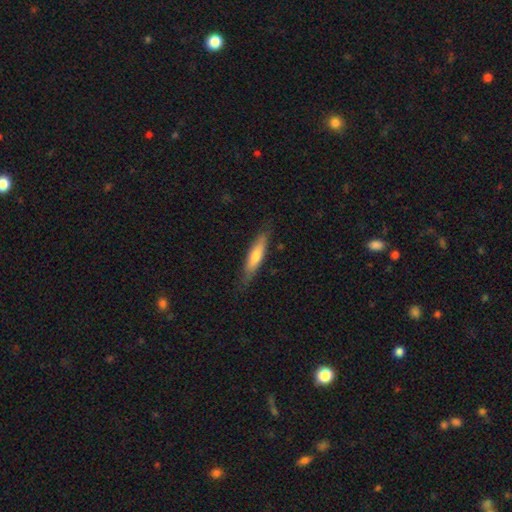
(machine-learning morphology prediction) A smooth galaxy with no disk features (64%) that is cigar-shaped (77%).

Vote fractions:
- Smooth or featured? smooth: 64% / featured or disk: 31% / star or artifact: 6%
- How rounded? cigar-shaped: 77% / in between: 21% / round: 2%
- Merging? none: 80% / minor disturbance: 16% / major disturbance: 3% / merger: 1%